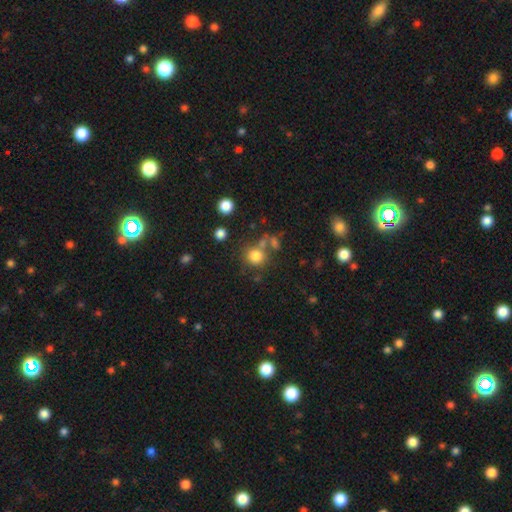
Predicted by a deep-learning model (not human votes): smooth 78%, star or artifact 14%, featured or disk 8%. Down the decision tree: how rounded — round (86%); merging — none (64%).